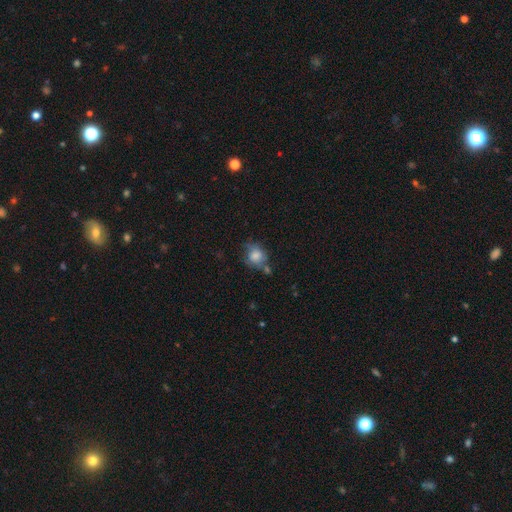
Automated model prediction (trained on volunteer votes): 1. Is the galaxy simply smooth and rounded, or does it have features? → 76% smooth, 15% featured or disk, 9% star or artifact.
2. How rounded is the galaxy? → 62% round, 37% in between, 1% cigar-shaped.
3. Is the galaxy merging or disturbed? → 48% none, 28% minor disturbance, 13% merger, 11% major disturbance.